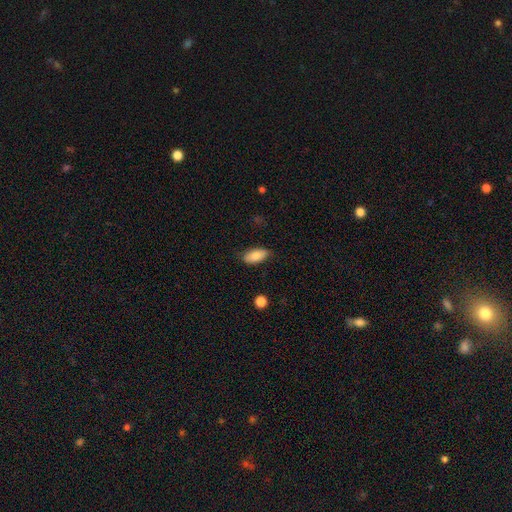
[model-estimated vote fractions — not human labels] Smooth or featured?
  - smooth: 85% *
  - featured or disk: 9%
  - star or artifact: 7%
How rounded?
  - in between: 90% *
  - cigar-shaped: 8%
  - round: 3%
Merging?
  - none: 80% *
  - minor disturbance: 16%
  - major disturbance: 3%
  - merger: 1%